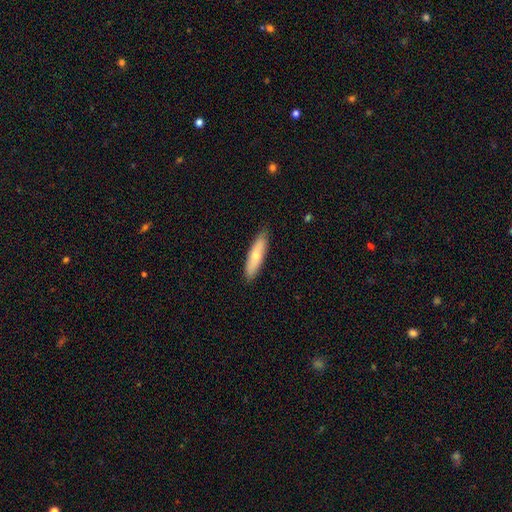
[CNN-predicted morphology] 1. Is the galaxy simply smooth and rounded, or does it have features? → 66% smooth, 28% featured or disk, 5% star or artifact.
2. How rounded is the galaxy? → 71% cigar-shaped, 28% in between, 2% round.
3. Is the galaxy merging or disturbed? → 86% none, 11% minor disturbance, 2% major disturbance, 1% merger.